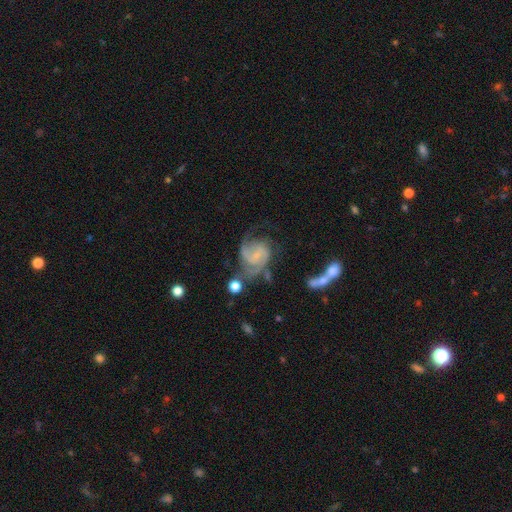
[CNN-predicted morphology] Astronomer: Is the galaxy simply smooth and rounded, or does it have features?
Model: featured or disk — 83%.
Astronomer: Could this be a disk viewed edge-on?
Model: no — 98%.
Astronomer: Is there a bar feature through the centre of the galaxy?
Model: no — 52% (runner-up: weak, 39%).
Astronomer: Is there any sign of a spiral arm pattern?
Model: yes — 95%.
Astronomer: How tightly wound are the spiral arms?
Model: medium — 47% (runner-up: tight, 34%).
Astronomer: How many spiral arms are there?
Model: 2 — 50%.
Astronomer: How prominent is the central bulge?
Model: small — 61%.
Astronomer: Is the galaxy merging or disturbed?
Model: none — 44% (runner-up: major disturbance, 24%).